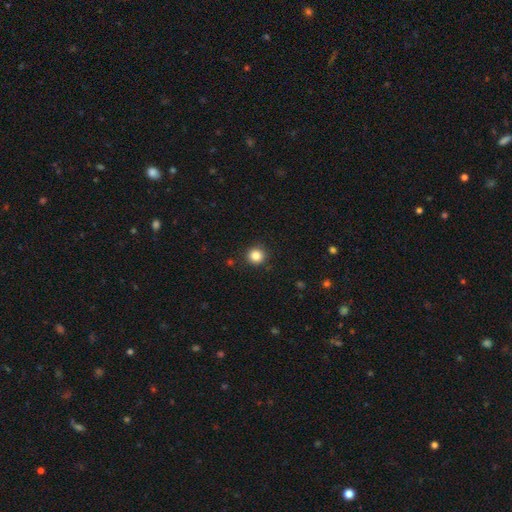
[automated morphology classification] This is clearly a smooth galaxy (84%). How rounded: clearly round (93%). Merging: clearly none (90%).